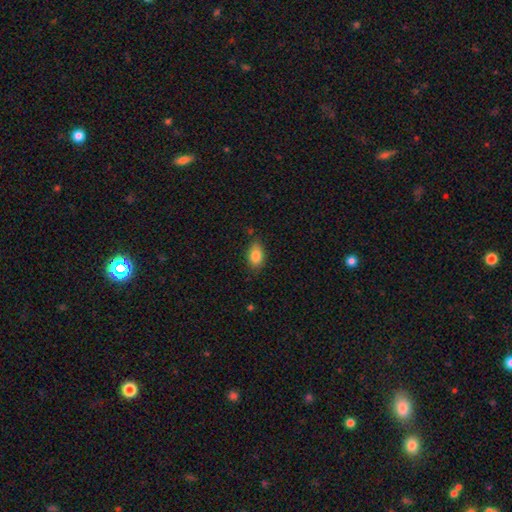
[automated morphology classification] Smooth or featured? smooth (84%)
How rounded? in between (88%)
Merging? none (77%)